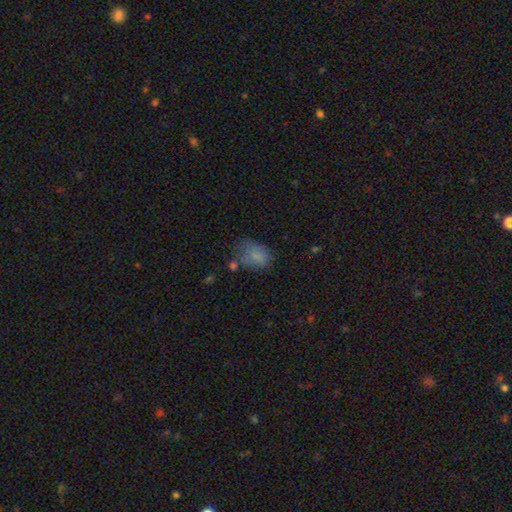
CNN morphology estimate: type=smooth (74%); roundness=in between (70%); merging=none (44%).